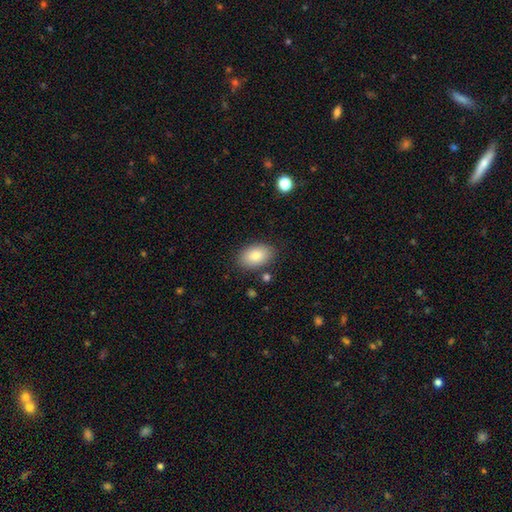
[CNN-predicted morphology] Q: Smooth or featured?
A: smooth (85%); runner-up: featured or disk (8%)
Q: How rounded?
A: in between (90%); runner-up: round (9%)
Q: Merging?
A: none (84%); runner-up: minor disturbance (11%)